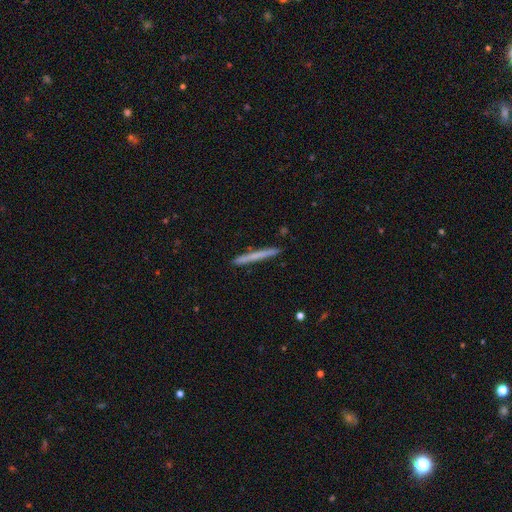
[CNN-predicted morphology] A smooth galaxy with no disk features (59%) that is cigar-shaped (97%). Merging: none (92%).